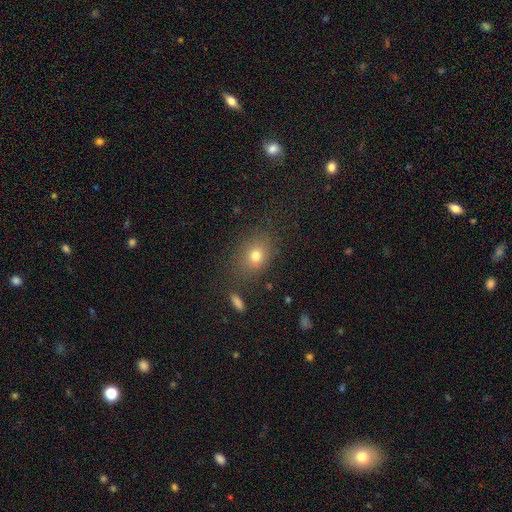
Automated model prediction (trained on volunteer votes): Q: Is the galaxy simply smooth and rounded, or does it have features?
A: smooth — 75%.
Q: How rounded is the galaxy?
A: round — 50%.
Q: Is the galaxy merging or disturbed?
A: none — 79%.